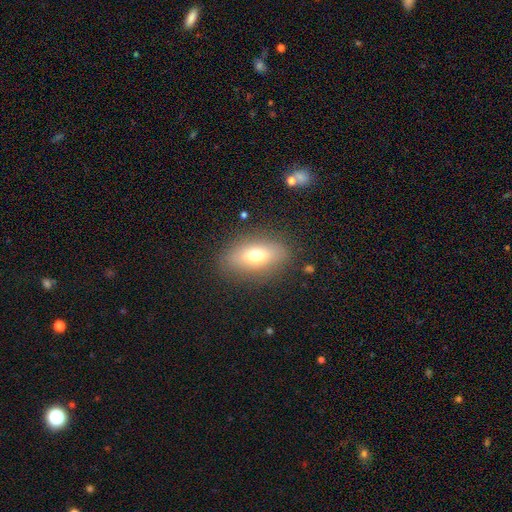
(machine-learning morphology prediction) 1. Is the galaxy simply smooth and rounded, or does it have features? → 69% smooth, 21% featured or disk, 10% star or artifact.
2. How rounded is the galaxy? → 84% in between, 9% round, 7% cigar-shaped.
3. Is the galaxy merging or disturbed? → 83% none, 11% minor disturbance, 4% major disturbance, 1% merger.